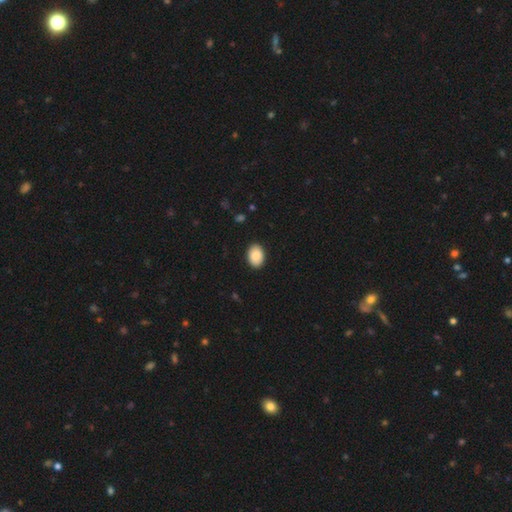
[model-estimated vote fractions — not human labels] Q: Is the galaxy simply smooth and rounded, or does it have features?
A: smooth — 90%.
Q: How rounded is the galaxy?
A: in between — 83%.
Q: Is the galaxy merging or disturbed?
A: none — 91%.